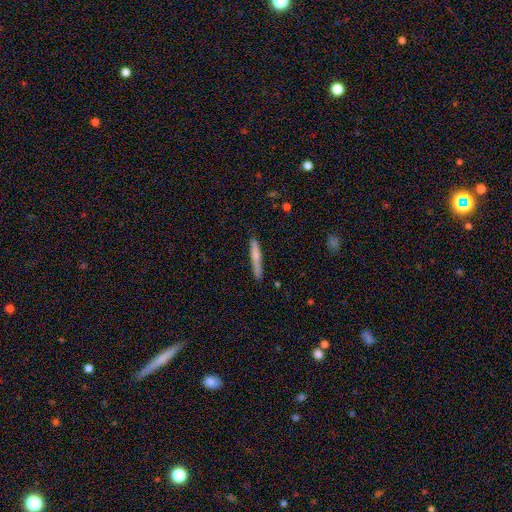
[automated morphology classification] Smooth or featured? smooth (66%)
How rounded? cigar-shaped (95%)
Merging? none (84%)